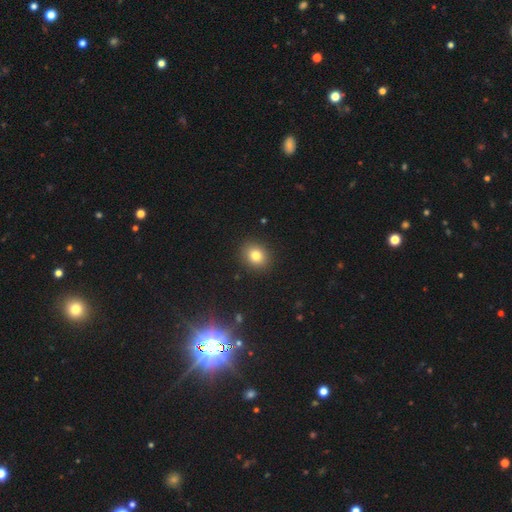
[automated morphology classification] type=smooth (80%); roundness=round (70%); merging=none (90%).